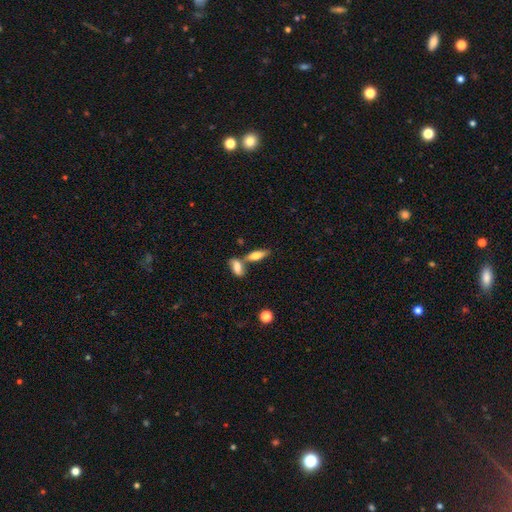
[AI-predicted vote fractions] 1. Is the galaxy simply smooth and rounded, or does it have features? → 66% smooth, 26% featured or disk, 8% star or artifact.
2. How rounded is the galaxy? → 60% in between, 37% cigar-shaped, 3% round.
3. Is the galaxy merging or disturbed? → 52% none, 34% merger, 10% minor disturbance, 4% major disturbance.